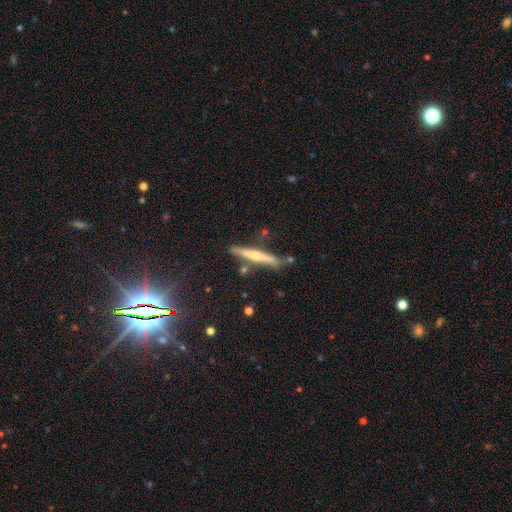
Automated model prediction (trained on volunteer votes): Smooth or featured? featured or disk (52%)
Edge-on disk? yes (95%)
Merging? none (77%)